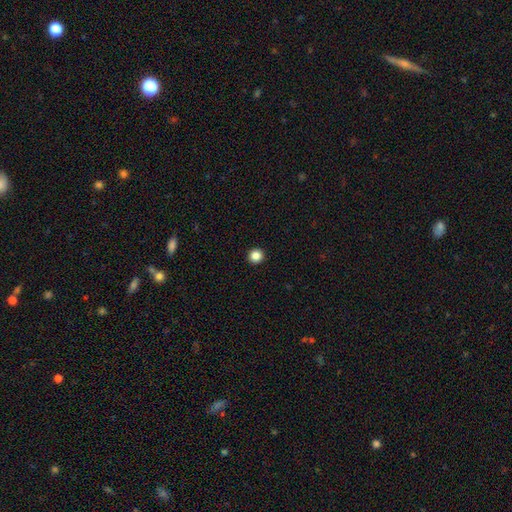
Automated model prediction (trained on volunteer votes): Q: Smooth or featured?
A: smooth (85%); runner-up: star or artifact (11%)
Q: How rounded?
A: round (95%); runner-up: in between (4%)
Q: Merging?
A: none (94%); runner-up: minor disturbance (4%)